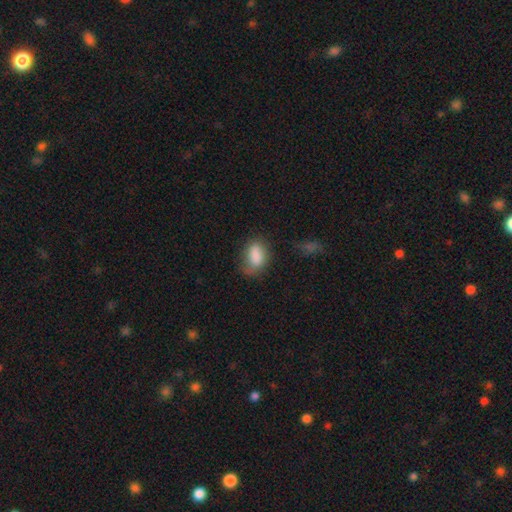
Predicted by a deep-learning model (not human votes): smooth 83%, featured or disk 9%, star or artifact 9%. Down the decision tree: how rounded — in between (85%); merging — none (53%).